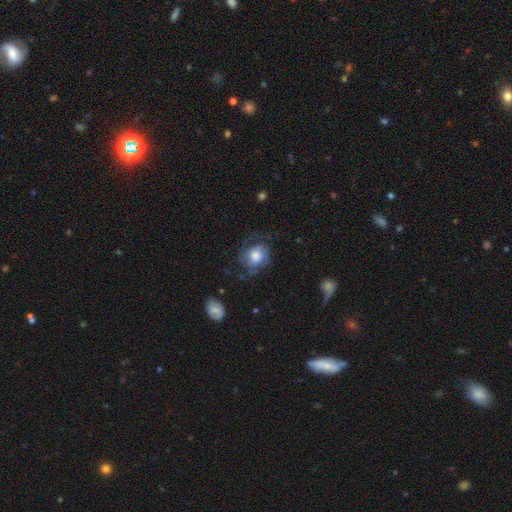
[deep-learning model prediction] A featured or disk galaxy (49%).

Vote fractions:
- Smooth or featured? featured or disk: 49% / smooth: 43% / star or artifact: 8%
- Merging? none: 56% / minor disturbance: 22% / major disturbance: 20% / merger: 2%